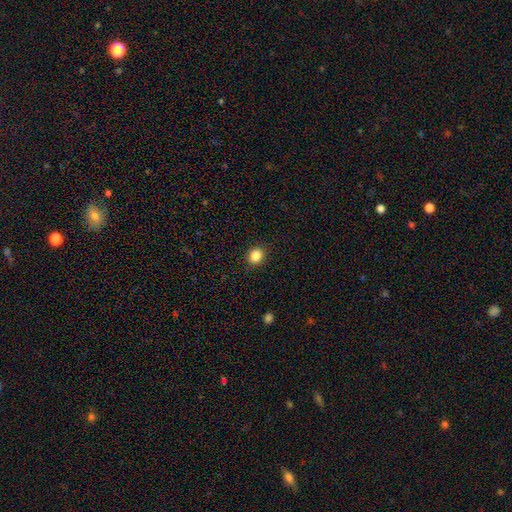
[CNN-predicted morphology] Overall: smooth (86%). How rounded: round (75%). Merging: none (90%).